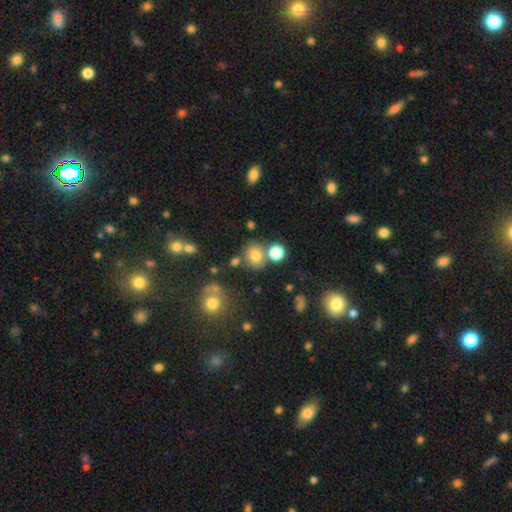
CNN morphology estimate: The model was most divided on "how rounded": round: 70%, in between: 29%, cigar-shaped: 1%. More confident: smooth or featured — smooth (71%); merging — none (68%).